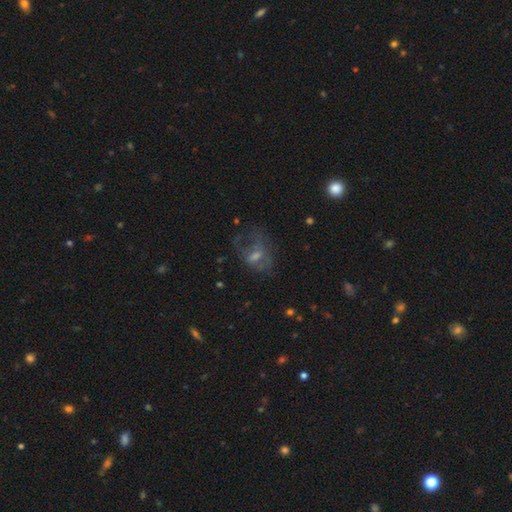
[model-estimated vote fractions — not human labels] This appears to be a featured or disk galaxy (47%). Merging: none (43%).